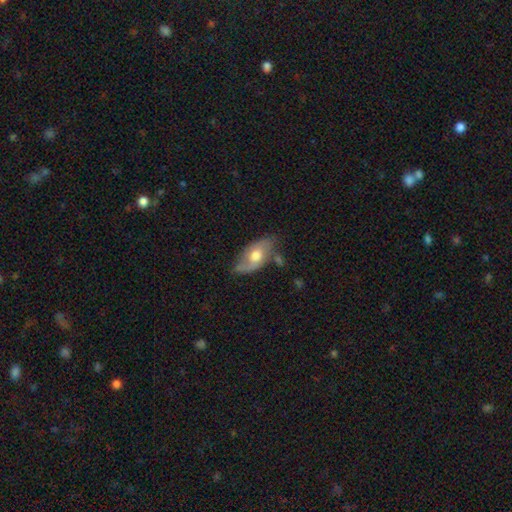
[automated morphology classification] Overall: featured or disk (49%; smooth 45%). Merging: none (59%; minor disturbance 28%).